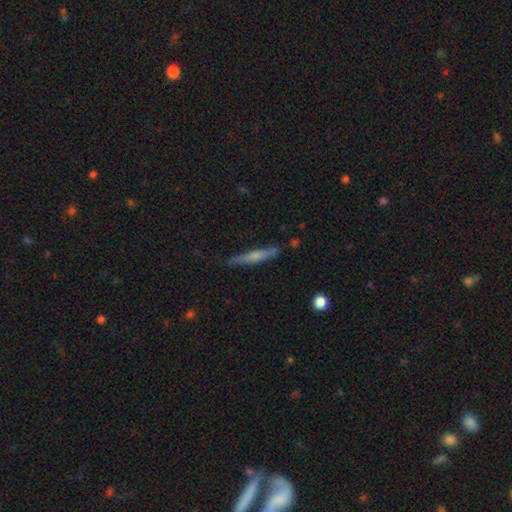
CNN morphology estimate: smooth_or_featured: featured or disk (p=0.47) [alt: smooth p=0.46]
merging: none (p=0.82) [alt: minor disturbance p=0.14]